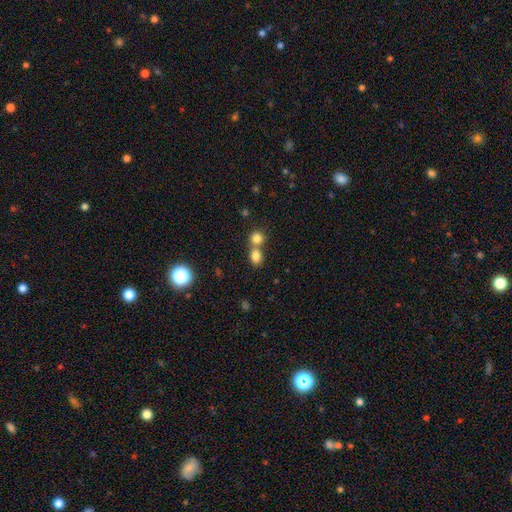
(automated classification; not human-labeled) Overall: smooth (80%). How rounded: round (62%; in between 36%). Merging: merger (51%; none 41%).